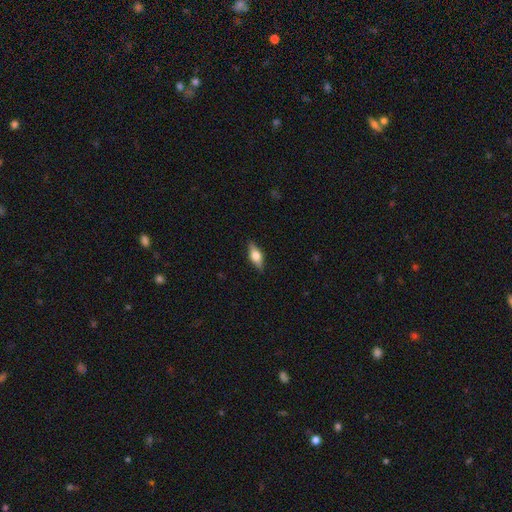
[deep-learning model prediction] Smooth or featured: smooth — 48% (featured or disk — 46%)
Merging: none — 87% (minor disturbance — 10%)